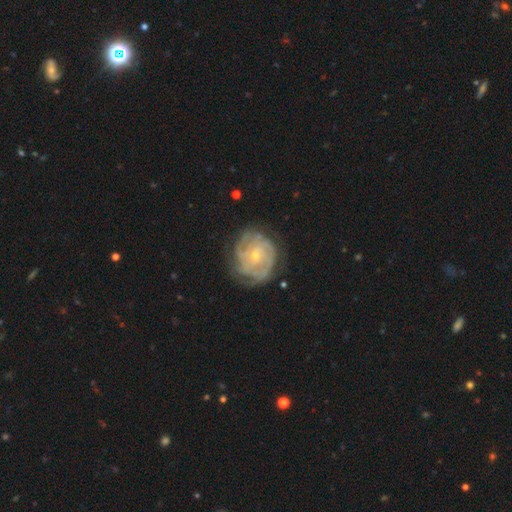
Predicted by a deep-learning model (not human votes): A featured or disk galaxy (82%) with no bar (70%), tight (70%) spiral arms (94%) and a small central bulge (75%). Merging: none (73%).